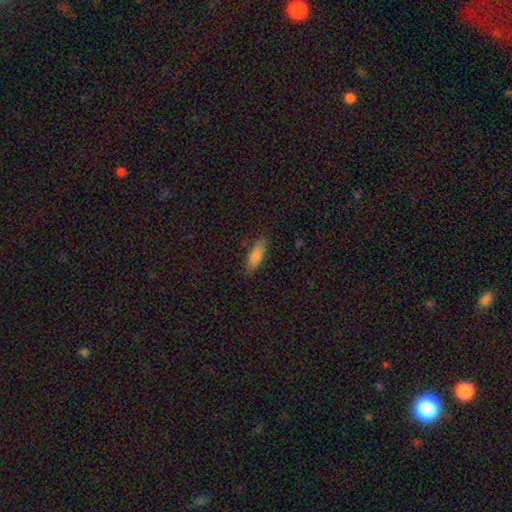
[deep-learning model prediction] smooth_or_featured: smooth (p=0.83) [alt: featured or disk p=0.09]
how_rounded: in between (p=0.60) [alt: cigar-shaped p=0.38]
merging: none (p=0.83) [alt: minor disturbance p=0.13]